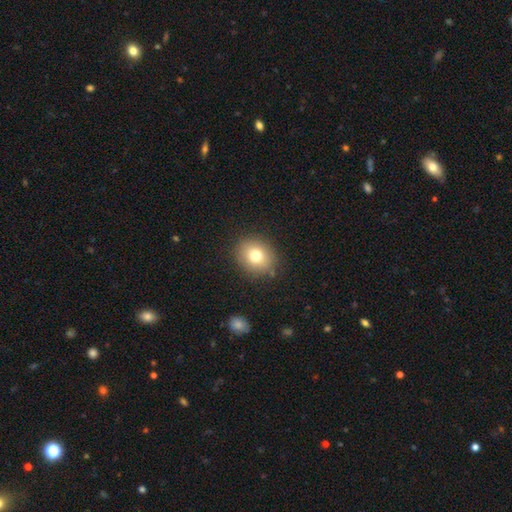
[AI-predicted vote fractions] Smooth or featured: smooth — 76% (featured or disk — 12%)
How rounded: round — 72% (in between — 27%)
Merging: none — 87% (minor disturbance — 8%)